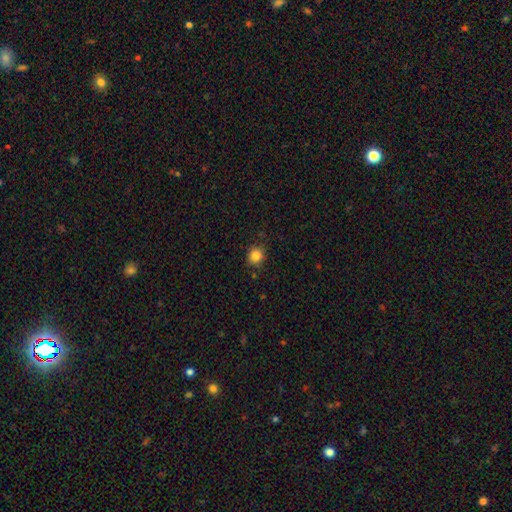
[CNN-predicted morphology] The model was most divided on "how rounded": round: 83%, in between: 16%, cigar-shaped: 1%. More confident: smooth or featured — smooth (84%); merging — none (83%).